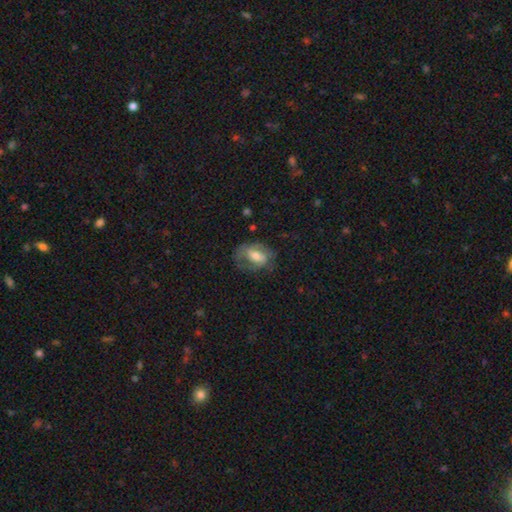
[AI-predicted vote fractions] smooth-or-featured: featured or disk: 47% | smooth: 45% | star or artifact: 8%
  merging: none: 51% | minor disturbance: 25% | major disturbance: 22% | merger: 2%